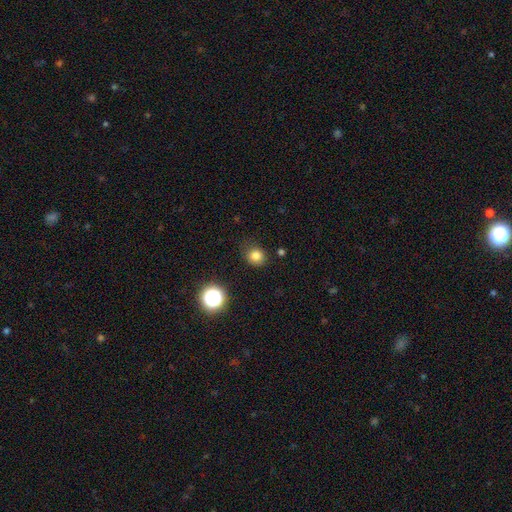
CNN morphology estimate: Smooth or featured? smooth (81%)
How rounded? round (80%)
Merging? none (80%)